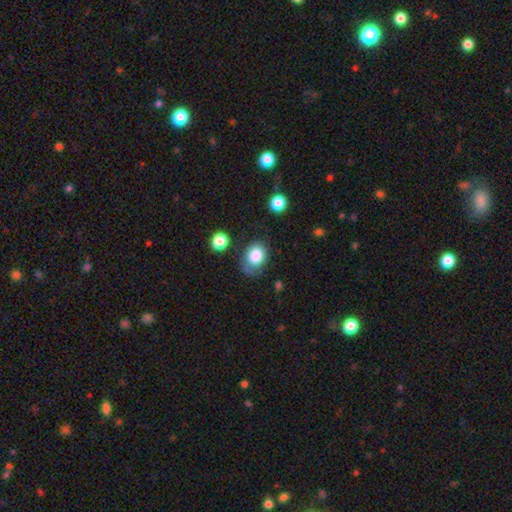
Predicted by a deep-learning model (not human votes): Morphology: type=smooth (80%); roundness=in between (52%); merging=none (60%).